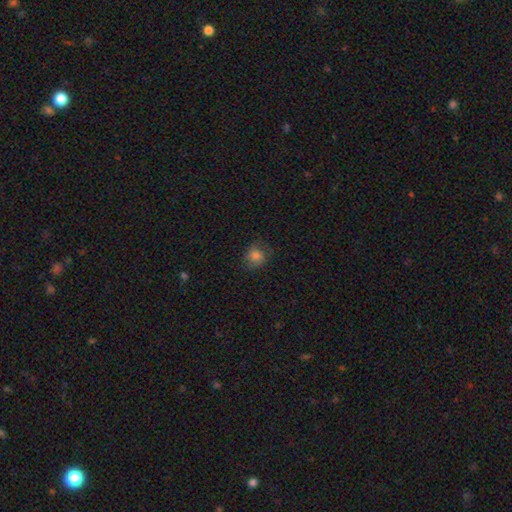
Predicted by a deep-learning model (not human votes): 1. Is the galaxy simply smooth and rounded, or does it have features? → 78% smooth, 11% featured or disk, 11% star or artifact.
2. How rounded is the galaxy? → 77% round, 22% in between, 1% cigar-shaped.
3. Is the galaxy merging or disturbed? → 71% none, 21% minor disturbance, 8% major disturbance, 1% merger.